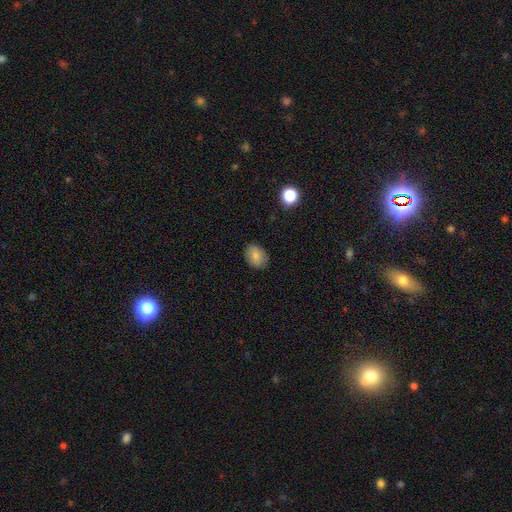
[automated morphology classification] A smooth galaxy with no disk features (81%) that is in between round and cigar-shaped (66%).

Vote fractions:
- Smooth or featured? smooth: 81% / featured or disk: 9% / star or artifact: 9%
- How rounded? in between: 66% / round: 33% / cigar-shaped: 1%
- Merging? none: 86% / minor disturbance: 11% / major disturbance: 3% / merger: 1%